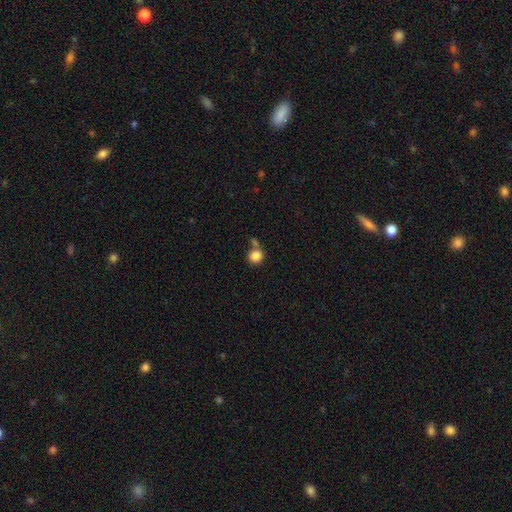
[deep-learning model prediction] Smooth or featured? smooth (85%)
How rounded? round (85%)
Merging? none (58%)